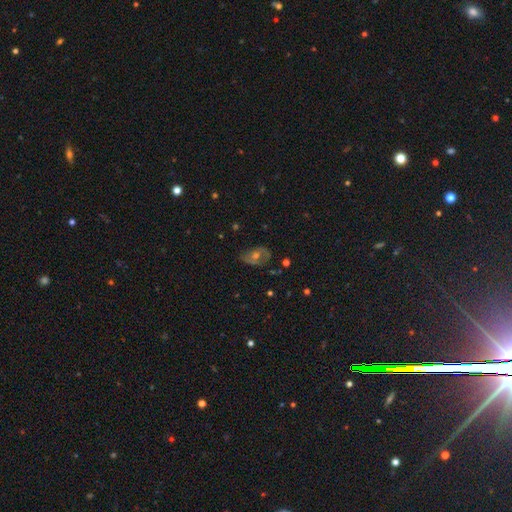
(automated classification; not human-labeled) smooth-or-featured: featured or disk: 60% | smooth: 25% | star or artifact: 15%
  disk-edge-on: no: 94% | yes: 6%
    bar: no: 66% | weak: 27% | strong: 7%
    has-spiral-arms: yes: 67% | no: 33%
    bulge-size: moderate: 64% | small: 26% | large: 6% | none: 2% | dominant: 1%
  merging: none: 73% | minor disturbance: 17% | major disturbance: 7% | merger: 2%